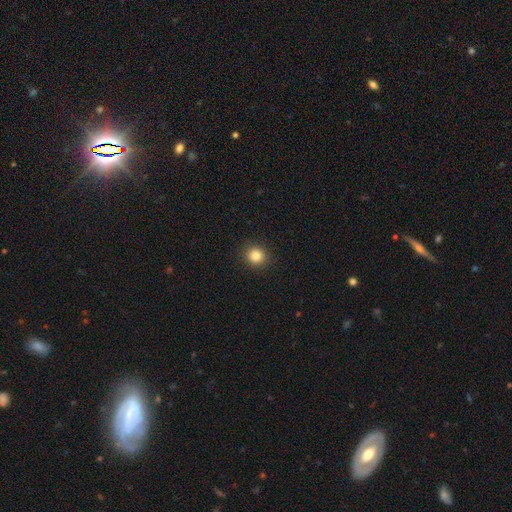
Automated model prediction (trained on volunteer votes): Morphology: type=smooth (84%); roundness=round (89%); merging=none (92%).